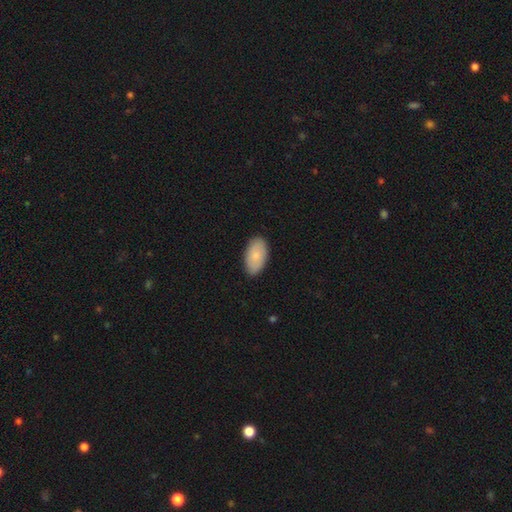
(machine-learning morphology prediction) type=smooth (84%); roundness=in between (95%); merging=none (88%).